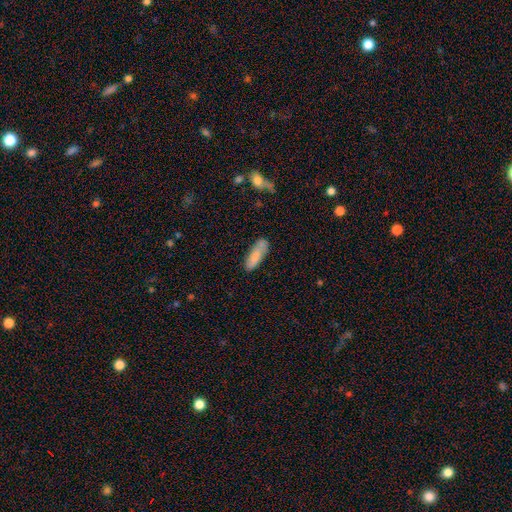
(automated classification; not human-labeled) This appears to be a smooth galaxy with no disk features (82%) that is in between round and cigar-shaped (58%). Merging: none (68%).